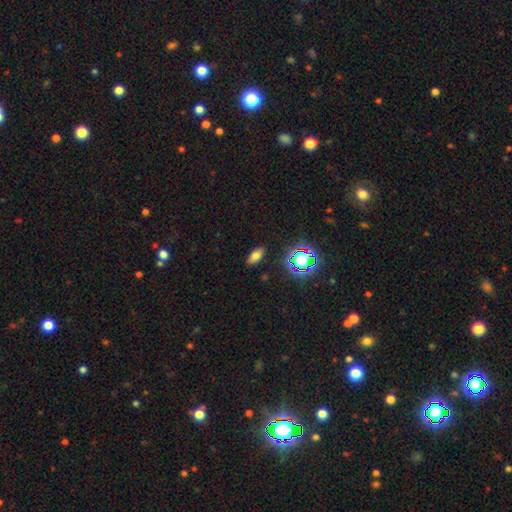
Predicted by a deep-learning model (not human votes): This appears to be a smooth galaxy with no disk features (69%) that is in between round and cigar-shaped (83%). Merging: none (87%).